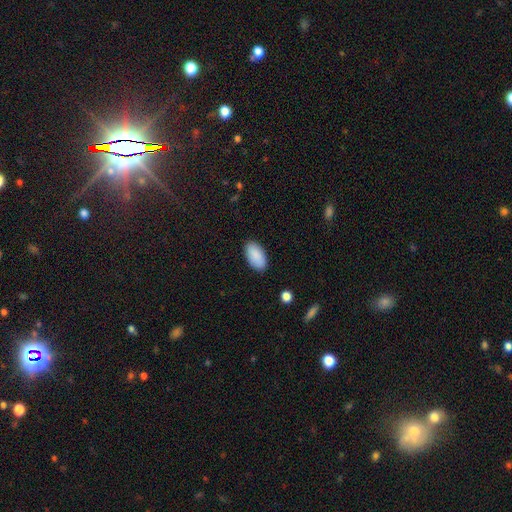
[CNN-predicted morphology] Smooth or featured? Predicted: smooth (p=0.90). How rounded? Predicted: in between (p=0.95). Merging? Predicted: none (p=0.88).